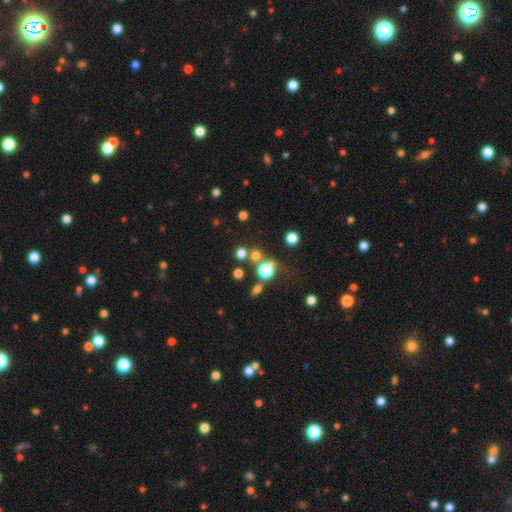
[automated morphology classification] A smooth galaxy with no disk features (64%) that is round (89%). Merging: none (70%).